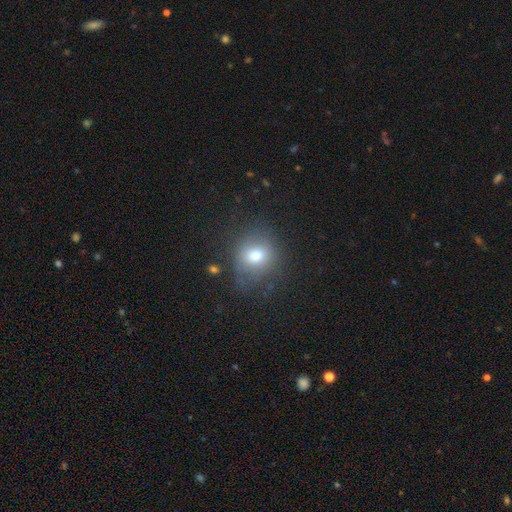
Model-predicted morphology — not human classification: A smooth galaxy with no disk features (71%) that is round (66%).

Vote fractions:
- Smooth or featured? smooth: 71% / featured or disk: 15% / star or artifact: 14%
- How rounded? round: 66% / in between: 33% / cigar-shaped: 1%
- Merging? none: 69% / minor disturbance: 20% / major disturbance: 9% / merger: 2%